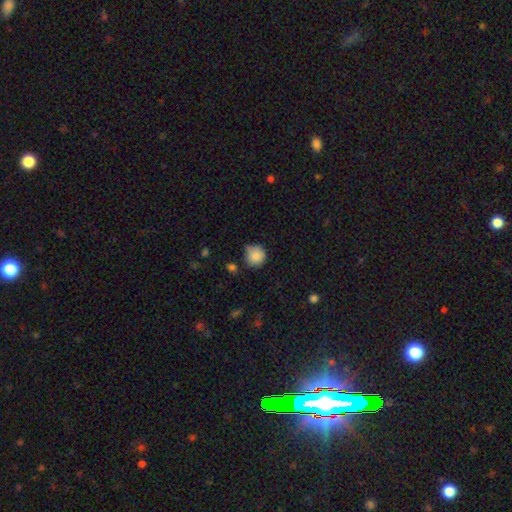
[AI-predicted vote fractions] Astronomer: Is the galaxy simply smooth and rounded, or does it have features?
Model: smooth — 85%.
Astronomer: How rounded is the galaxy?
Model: round — 89%.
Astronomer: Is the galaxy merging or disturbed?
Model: none — 62%.